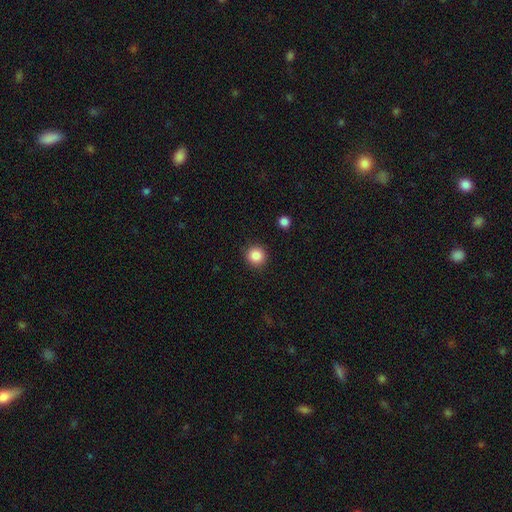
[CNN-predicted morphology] Smooth or featured?
  - smooth: 87% *
  - star or artifact: 10%
  - featured or disk: 4%
How rounded?
  - round: 93% *
  - in between: 6%
  - cigar-shaped: 1%
Merging?
  - none: 91% *
  - minor disturbance: 6%
  - major disturbance: 2%
  - merger: 1%